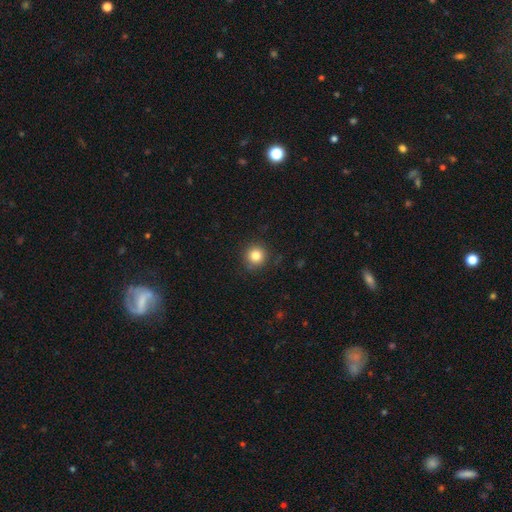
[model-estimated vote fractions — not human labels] Morphology: type=smooth (83%); roundness=round (94%); merging=none (89%).